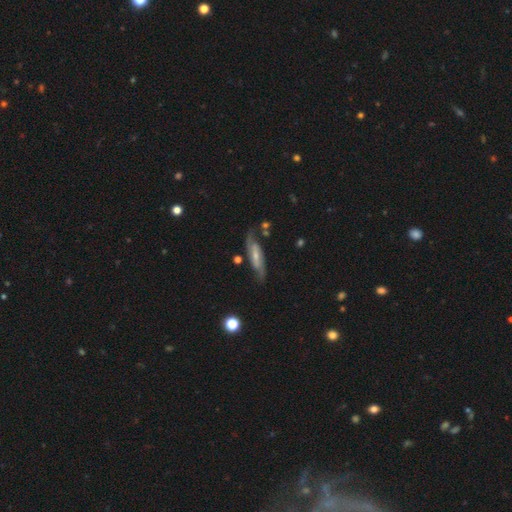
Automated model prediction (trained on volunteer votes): A featured or disk galaxy (73%) with a weak bar (39%), 2 (85%) medium (41%) spiral arms (90%) and a small central bulge (58%). Merging: none (68%).